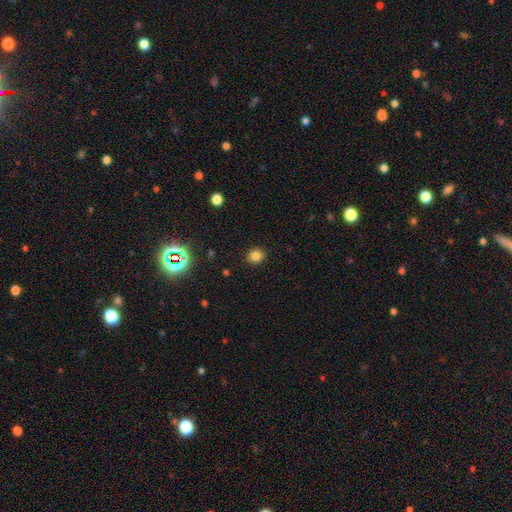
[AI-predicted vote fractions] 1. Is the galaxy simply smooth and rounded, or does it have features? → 82% smooth, 13% star or artifact, 4% featured or disk.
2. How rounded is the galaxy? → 83% round, 16% in between, 1% cigar-shaped.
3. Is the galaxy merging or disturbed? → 90% none, 6% minor disturbance, 2% major disturbance, 1% merger.